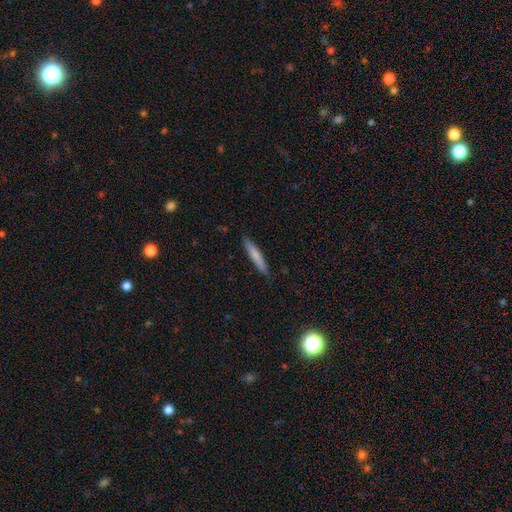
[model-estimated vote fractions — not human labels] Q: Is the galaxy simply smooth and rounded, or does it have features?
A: smooth — 73%.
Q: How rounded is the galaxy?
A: cigar-shaped — 93%.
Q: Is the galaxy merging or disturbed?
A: none — 88%.